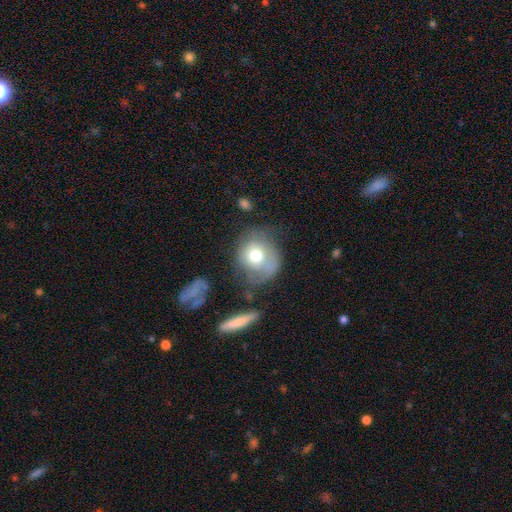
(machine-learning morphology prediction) The model was most divided on "merging": none: 45%, minor disturbance: 27%, major disturbance: 22%, merger: 6%. More confident: how rounded — round (79%); smooth or featured — smooth (62%).